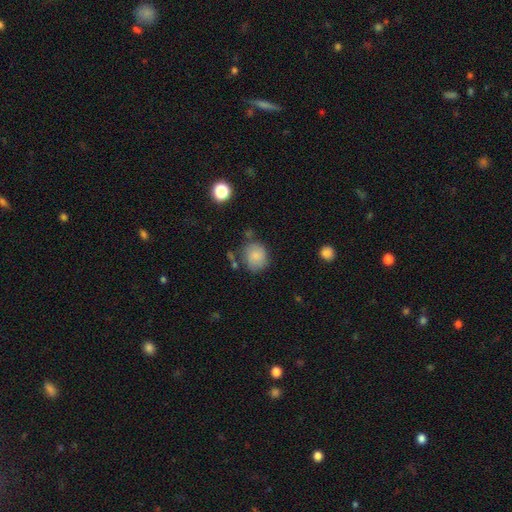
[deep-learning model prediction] smooth 81%, featured or disk 11%, star or artifact 9%. Down the decision tree: how rounded — round (69%); merging — none (65%).